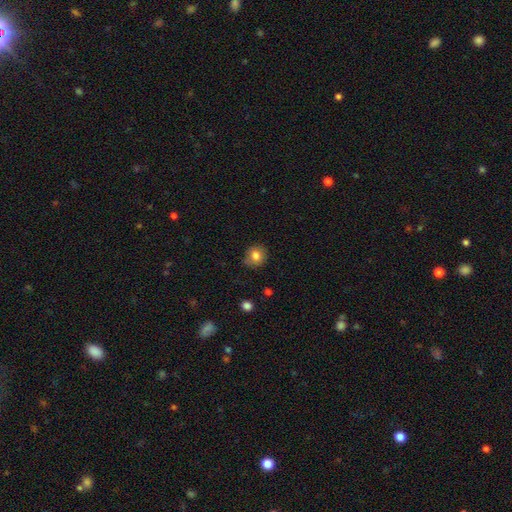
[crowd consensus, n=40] Smooth or featured? 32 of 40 (80%) said smooth. How rounded? 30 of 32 (94%) said round. Merging? 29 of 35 (83%) said none.